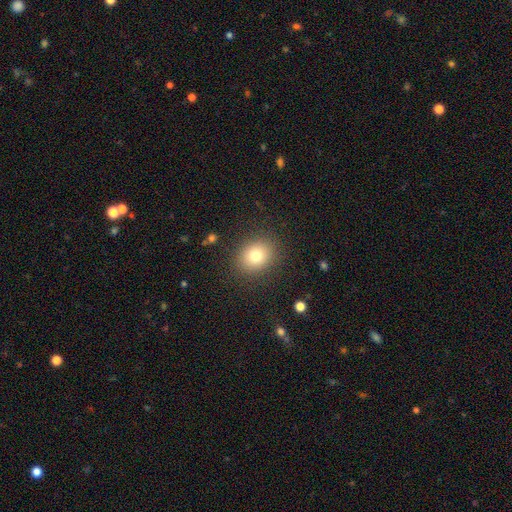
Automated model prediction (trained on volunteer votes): Q: Smooth or featured?
A: smooth (78%); runner-up: star or artifact (12%)
Q: How rounded?
A: round (61%); runner-up: in between (38%)
Q: Merging?
A: none (87%); runner-up: minor disturbance (8%)